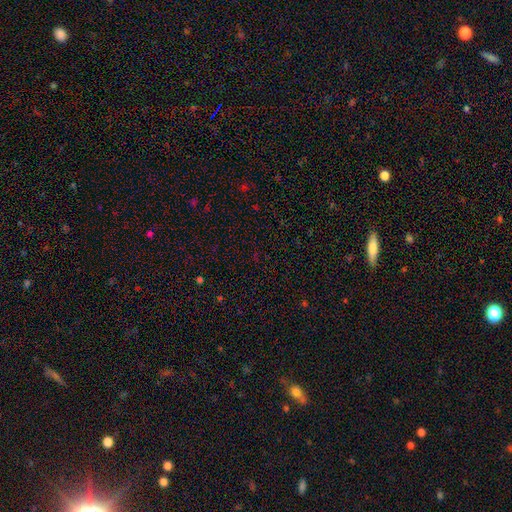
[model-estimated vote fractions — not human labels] smooth_or_featured: star or artifact (p=0.69) [alt: smooth p=0.24]